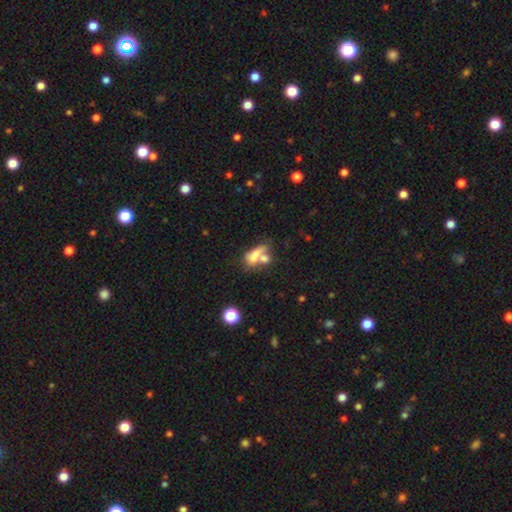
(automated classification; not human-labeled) Overall: smooth (62%; featured or disk 27%). How rounded: in between (70%). Merging: merger (54%; none 23%).